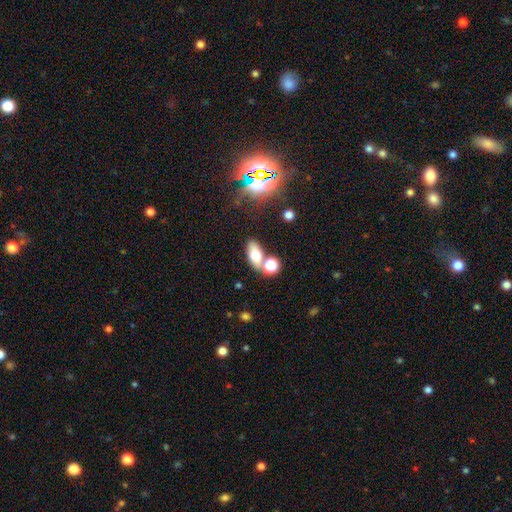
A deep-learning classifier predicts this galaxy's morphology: type=smooth (69%); roundness=in between (79%); merging=none (54%).